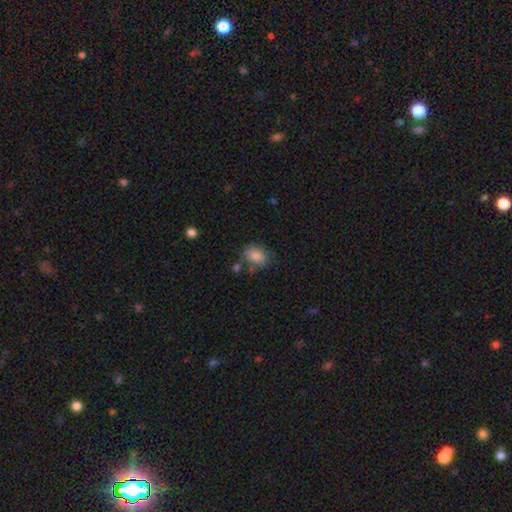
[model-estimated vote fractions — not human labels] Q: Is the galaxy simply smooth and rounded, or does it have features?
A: smooth — 83%.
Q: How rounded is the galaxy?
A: in between — 66%.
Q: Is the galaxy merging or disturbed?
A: none — 59%.